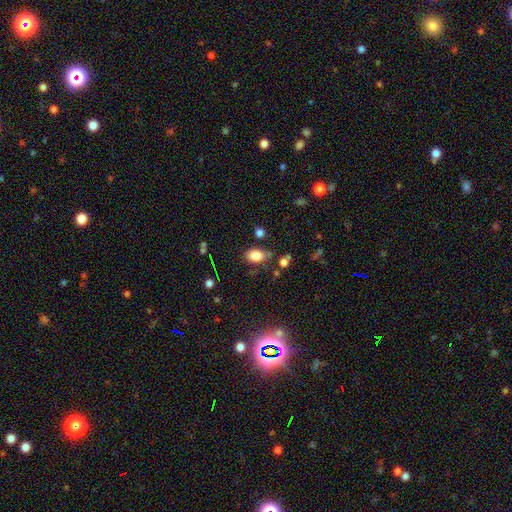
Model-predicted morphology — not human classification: smooth_or_featured: smooth (p=0.82) [alt: star or artifact p=0.10]
how_rounded: in between (p=0.83) [alt: round p=0.16]
merging: none (p=0.72) [alt: minor disturbance p=0.17]